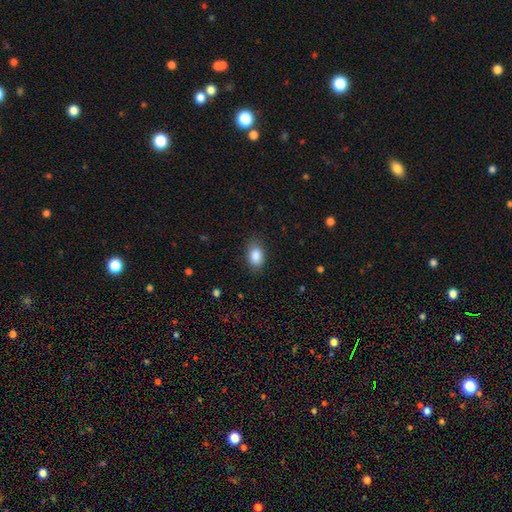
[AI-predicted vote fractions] The model was most divided on "merging": none: 81%, minor disturbance: 14%, major disturbance: 4%, merger: 1%. More confident: smooth or featured — smooth (88%); how rounded — in between (85%).